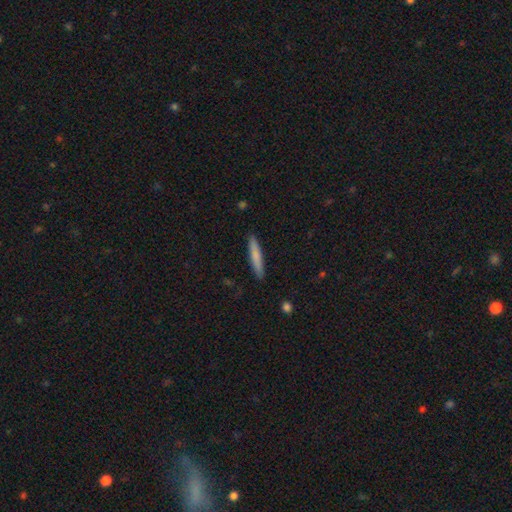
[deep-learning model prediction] Q: Smooth or featured?
A: smooth (72%); runner-up: featured or disk (23%)
Q: How rounded?
A: cigar-shaped (92%); runner-up: in between (7%)
Q: Merging?
A: none (90%); runner-up: minor disturbance (7%)